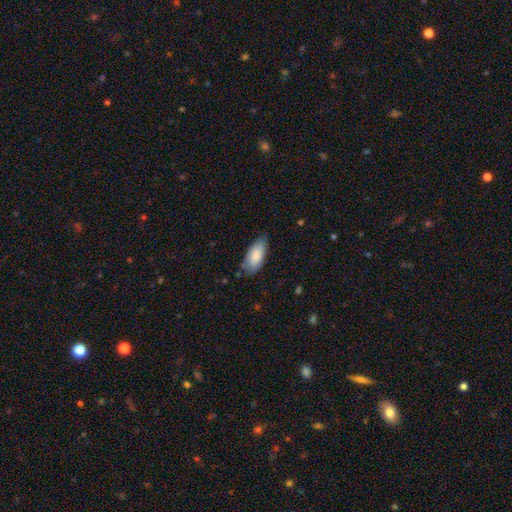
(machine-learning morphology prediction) A smooth galaxy with no disk features (85%) that is in between round and cigar-shaped (88%). Merging: none (71%).